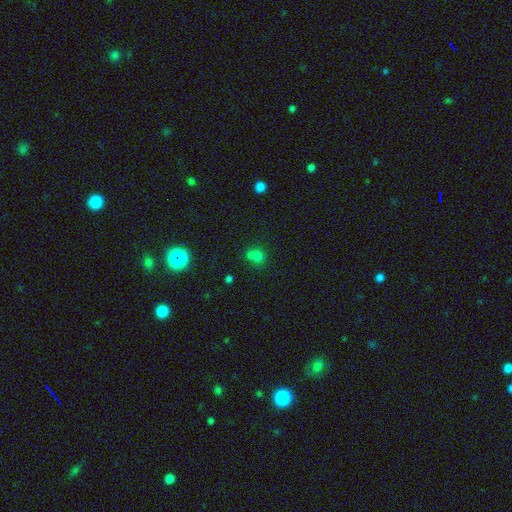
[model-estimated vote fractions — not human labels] Overall: smooth (66%). How rounded: round (72%). Merging: merger (47%; none 39%).